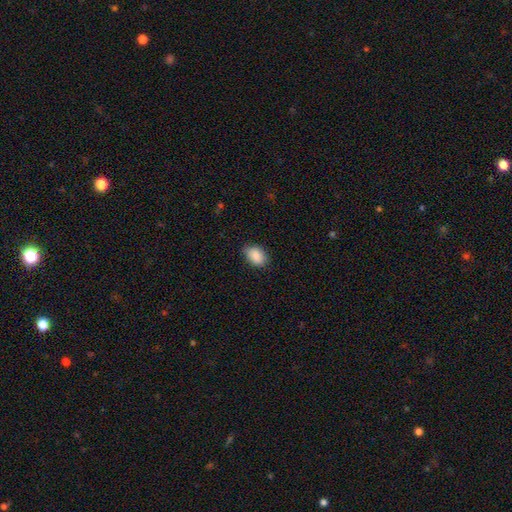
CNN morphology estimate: Q: Smooth or featured?
A: smooth (88%); runner-up: star or artifact (7%)
Q: How rounded?
A: in between (84%); runner-up: round (15%)
Q: Merging?
A: none (80%); runner-up: minor disturbance (17%)